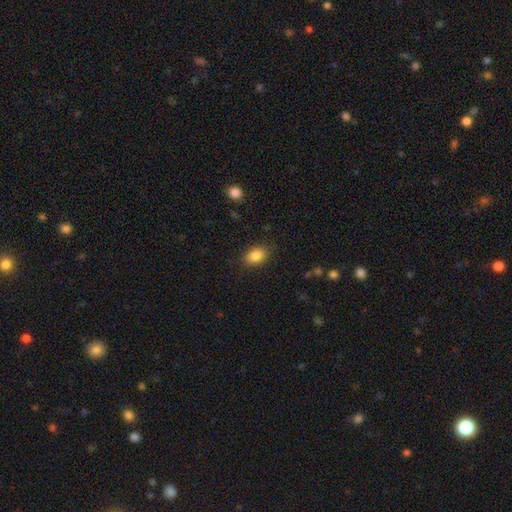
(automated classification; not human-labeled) Morphology: type=smooth (86%); roundness=in between (82%); merging=none (85%).